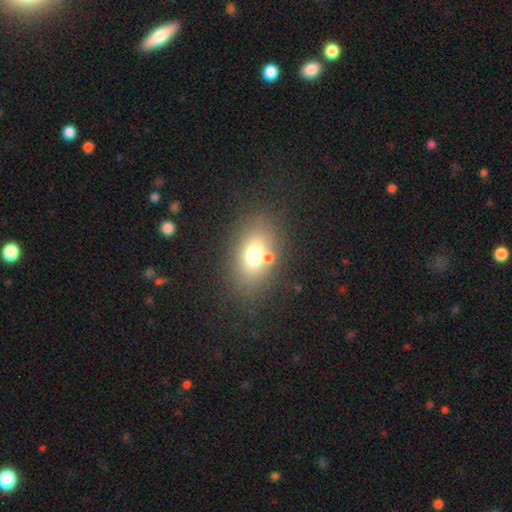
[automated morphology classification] This appears to be a smooth galaxy with no disk features (69%) that is in between round and cigar-shaped (77%). Merging: none (69%).